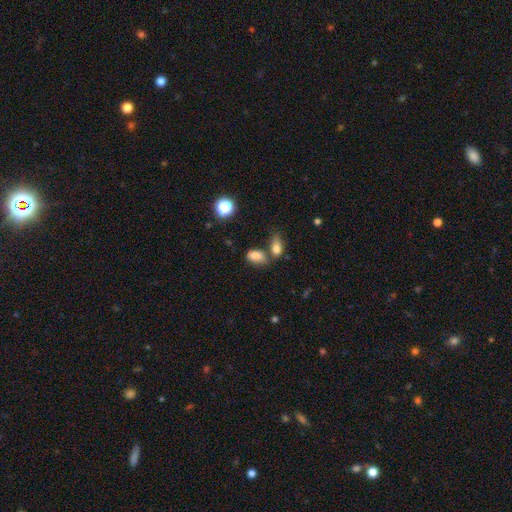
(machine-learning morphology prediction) Overall: smooth (81%). How rounded: in between (87%). Merging: none (45%; merger 32%).